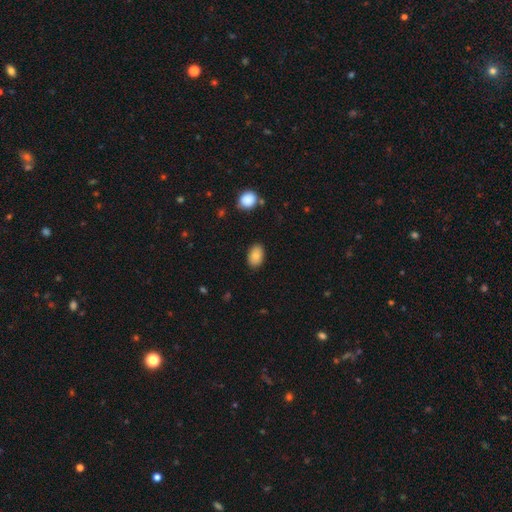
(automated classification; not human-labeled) Smooth or featured? Predicted: smooth (p=0.83). How rounded? Predicted: in between (p=0.87). Merging? Predicted: none (p=0.85).